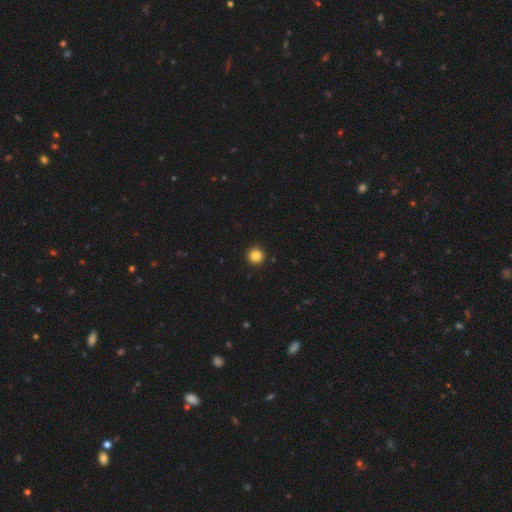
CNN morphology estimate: smooth_or_featured: smooth (p=0.85) [alt: star or artifact p=0.11]
how_rounded: round (p=0.96) [alt: in between p=0.03]
merging: none (p=0.93) [alt: minor disturbance p=0.04]